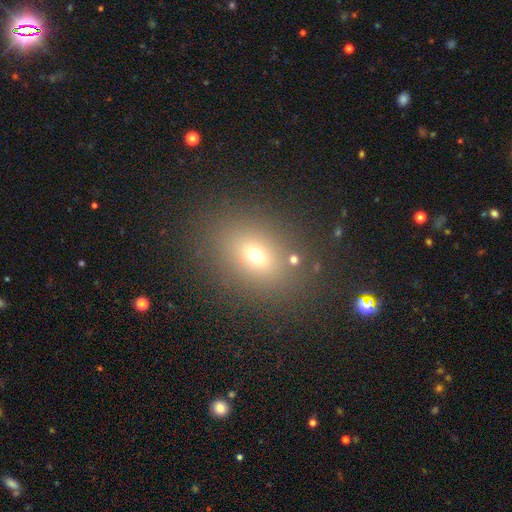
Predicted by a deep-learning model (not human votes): smooth-or-featured: smooth: 65% | star or artifact: 20% | featured or disk: 14%
  how-rounded: in between: 64% | round: 34% | cigar-shaped: 2%
  merging: none: 83% | minor disturbance: 9% | major disturbance: 5% | merger: 3%